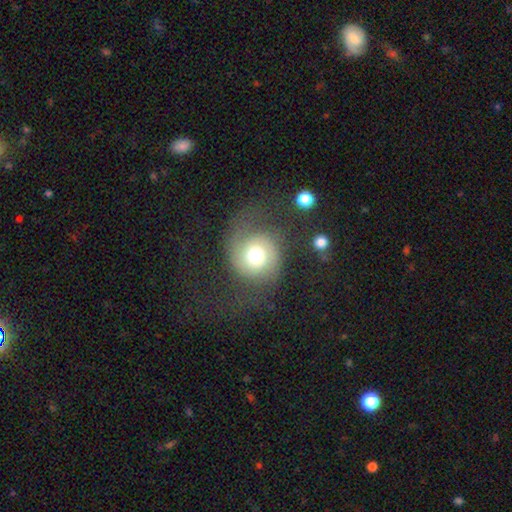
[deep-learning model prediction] Smooth or featured: featured or disk — 49% (smooth — 41%)
Merging: none — 57% (major disturbance — 24%)